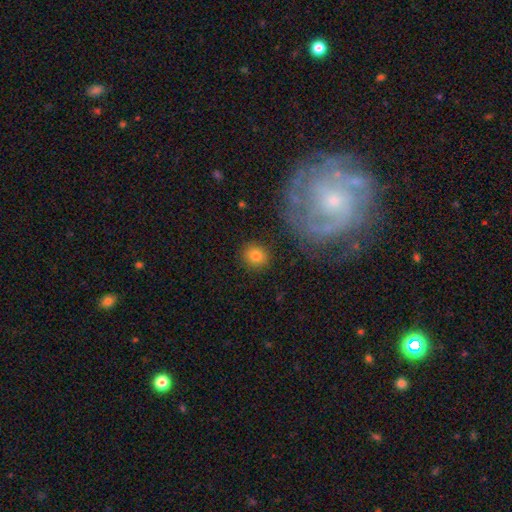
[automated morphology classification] smooth-or-featured: smooth: 81% | star or artifact: 10% | featured or disk: 9%
  how-rounded: round: 85% | in between: 14% | cigar-shaped: 1%
  merging: none: 87% | minor disturbance: 7% | major disturbance: 3% | merger: 2%